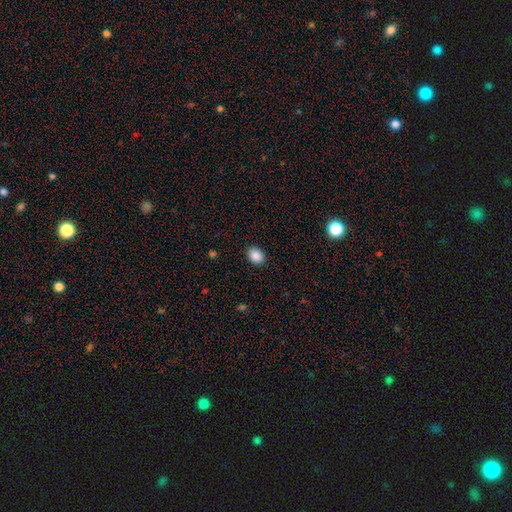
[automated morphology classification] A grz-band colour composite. It shows a smooth galaxy with no disk features (89%) that is in between round and cigar-shaped (65%). Merging: none (90%).